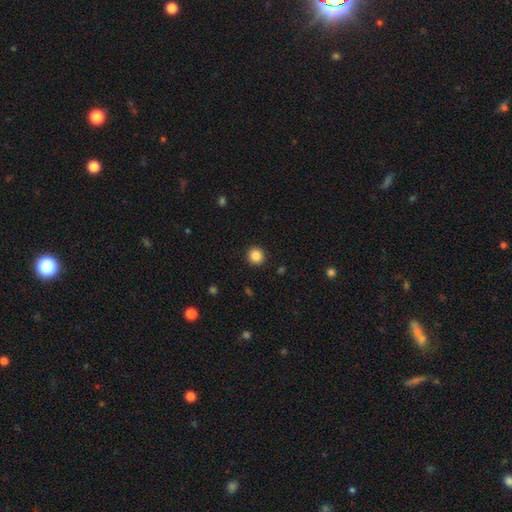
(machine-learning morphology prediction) smooth_or_featured: smooth (p=0.85) [alt: star or artifact p=0.10]
how_rounded: round (p=0.92) [alt: in between p=0.07]
merging: none (p=0.92) [alt: minor disturbance p=0.05]